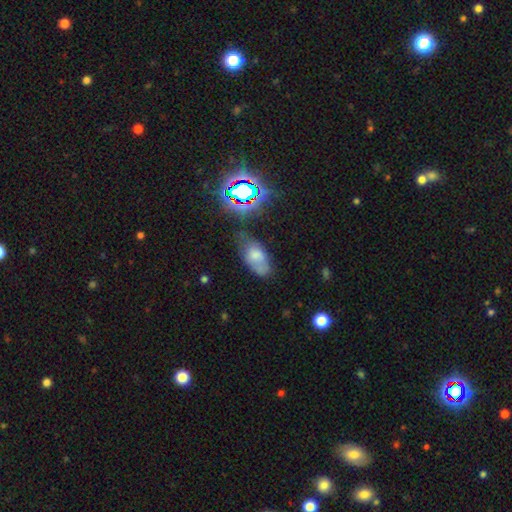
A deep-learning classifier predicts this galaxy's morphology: This is possibly a smooth galaxy (46%). Merging: possibly none (56%).